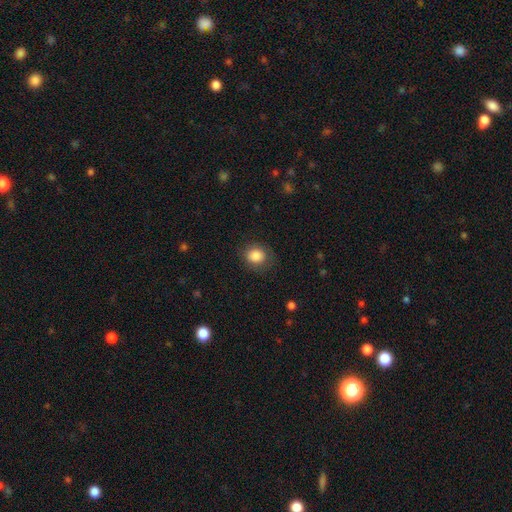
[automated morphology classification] A smooth galaxy with no disk features (84%) that is round (69%).

Vote fractions:
- Smooth or featured? smooth: 84% / star or artifact: 9% / featured or disk: 7%
- How rounded? round: 69% / in between: 30% / cigar-shaped: 1%
- Merging? none: 78% / minor disturbance: 15% / major disturbance: 6% / merger: 1%